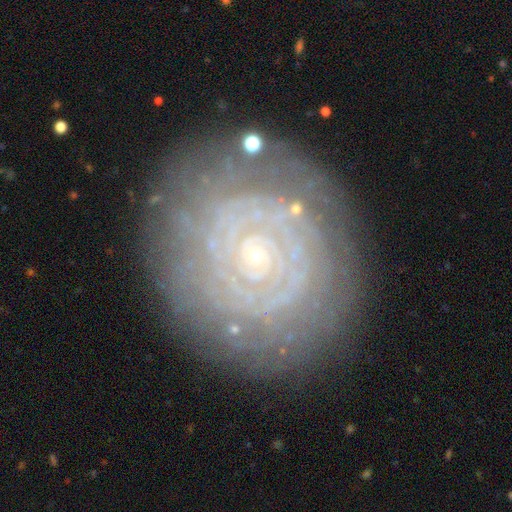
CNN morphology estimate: Smooth or featured? Predicted: featured or disk (p=0.77). Edge-on disk? Predicted: no (p=0.97). Bar? Predicted: no (p=0.83). Spiral arms? Predicted: yes (p=0.80). Spiral winding? Predicted: tight (p=0.85). Spiral arm count? Predicted: can't tell (p=0.48). Bulge size? Predicted: small (p=0.86). Merging? Predicted: none (p=0.81).